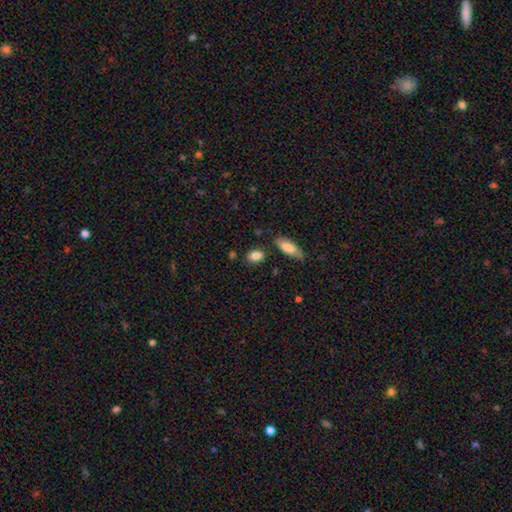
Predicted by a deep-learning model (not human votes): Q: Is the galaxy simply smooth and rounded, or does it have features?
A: smooth — 84%.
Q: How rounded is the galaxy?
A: in between — 81%.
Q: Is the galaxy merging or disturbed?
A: none — 80%.